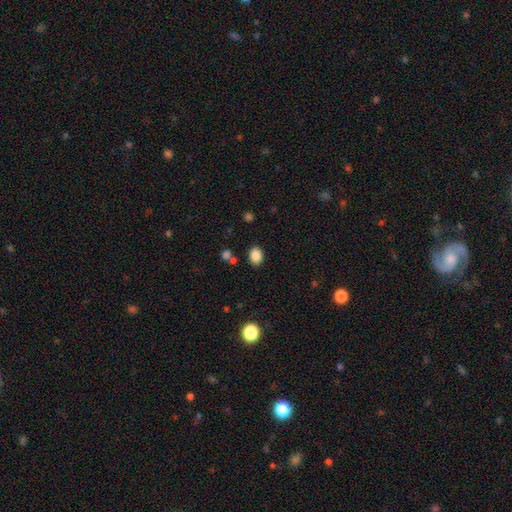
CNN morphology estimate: A smooth galaxy with no disk features (85%) that is in between round and cigar-shaped (63%).

Vote fractions:
- Smooth or featured? smooth: 85% / star or artifact: 10% / featured or disk: 5%
- How rounded? in between: 63% / round: 36% / cigar-shaped: 1%
- Merging? none: 85% / minor disturbance: 9% / merger: 3% / major disturbance: 3%